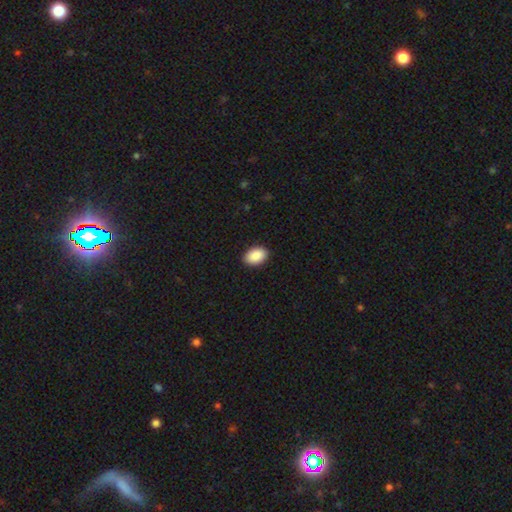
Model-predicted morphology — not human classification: This is clearly a smooth galaxy (90%). How rounded: clearly in between (89%). Merging: clearly none (91%).